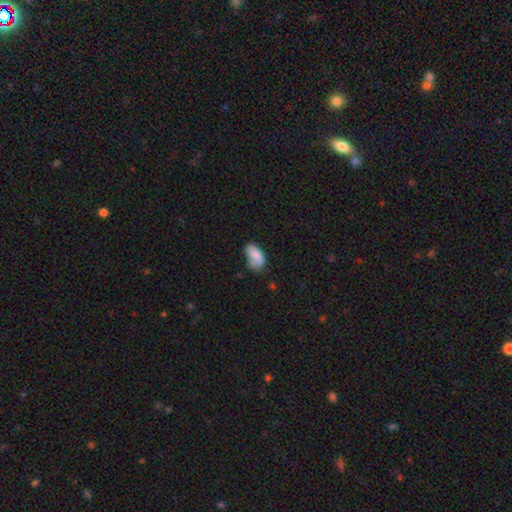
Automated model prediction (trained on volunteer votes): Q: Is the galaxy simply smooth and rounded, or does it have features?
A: smooth — 77%.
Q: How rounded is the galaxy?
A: in between — 92%.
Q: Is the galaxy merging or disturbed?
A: none — 38%.